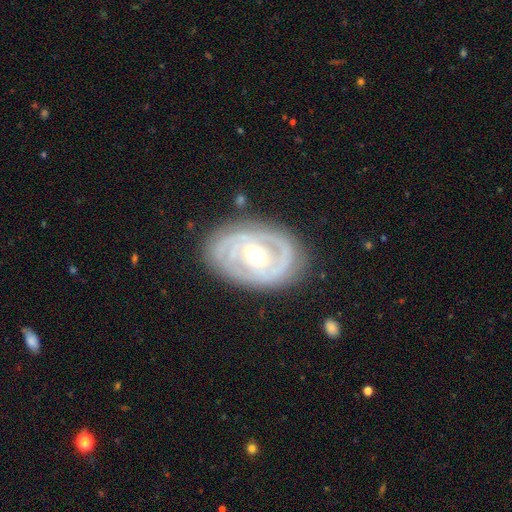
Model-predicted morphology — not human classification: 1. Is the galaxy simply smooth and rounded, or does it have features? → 85% featured or disk, 10% smooth, 4% star or artifact.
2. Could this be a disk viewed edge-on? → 95% no, 5% yes.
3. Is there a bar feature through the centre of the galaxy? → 51% no, 33% weak, 15% strong.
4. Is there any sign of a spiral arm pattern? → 86% yes, 14% no.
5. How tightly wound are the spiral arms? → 73% tight, 21% medium, 6% loose.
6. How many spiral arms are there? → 41% 2, 28% can't tell, 16% 3, 6% 1, 5% 4, 4% more than 4.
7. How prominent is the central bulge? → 75% moderate, 13% small, 10% large, 1% dominant, 1% none.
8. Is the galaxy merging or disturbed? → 79% none, 15% minor disturbance, 5% major disturbance, 1% merger.